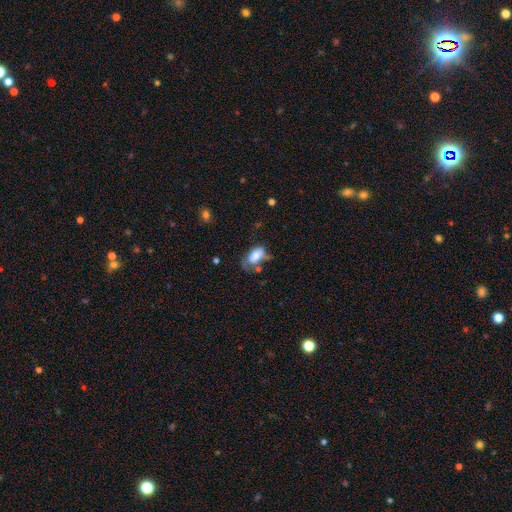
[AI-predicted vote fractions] A smooth galaxy with no disk features (67%) that is in between round and cigar-shaped (92%).

Vote fractions:
- Smooth or featured? smooth: 67% / featured or disk: 25% / star or artifact: 7%
- How rounded? in between: 92% / round: 5% / cigar-shaped: 4%
- Merging? none: 36% / minor disturbance: 30% / major disturbance: 23% / merger: 11%